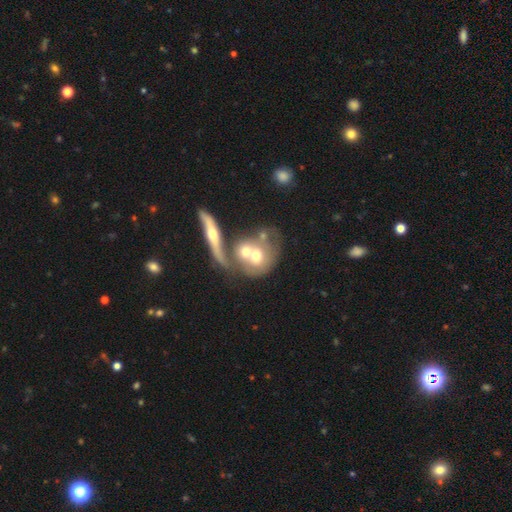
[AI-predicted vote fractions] Smooth or featured: featured or disk — 48% (smooth — 44%)
Merging: merger — 62% (none — 22%)